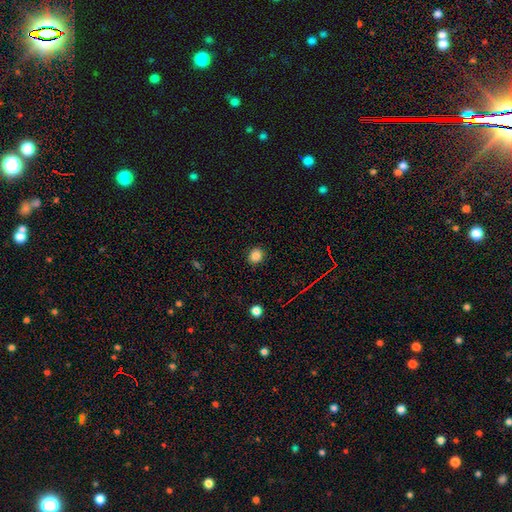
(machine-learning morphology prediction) Smooth or featured: smooth — 82% (star or artifact — 12%)
How rounded: round — 80% (in between — 19%)
Merging: none — 91% (minor disturbance — 6%)